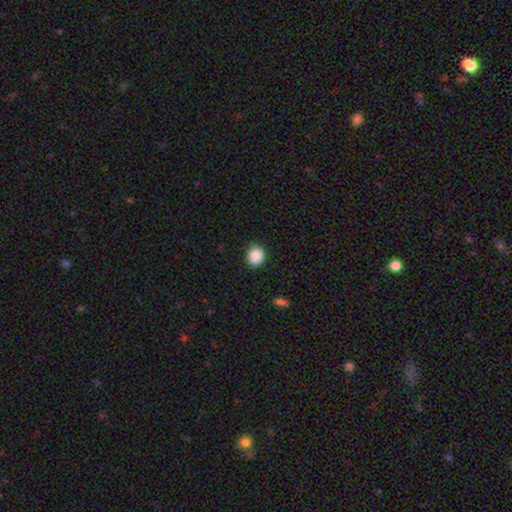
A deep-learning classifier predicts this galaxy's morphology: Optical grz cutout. It shows a smooth galaxy with no disk features (89%) that is round (83%). Merging: none (85%).